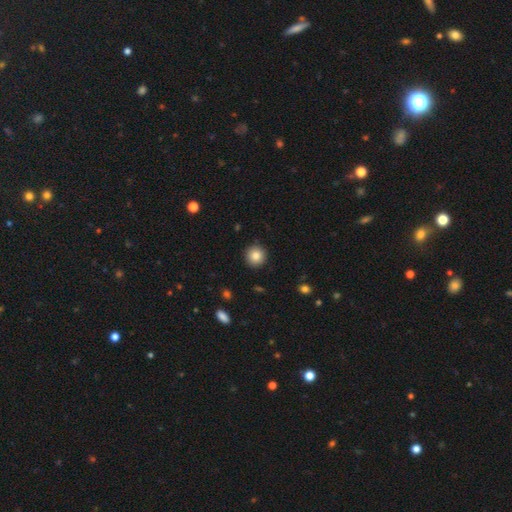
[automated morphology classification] This appears to be a smooth galaxy with no disk features (83%) that is round (94%). Merging: none (91%).